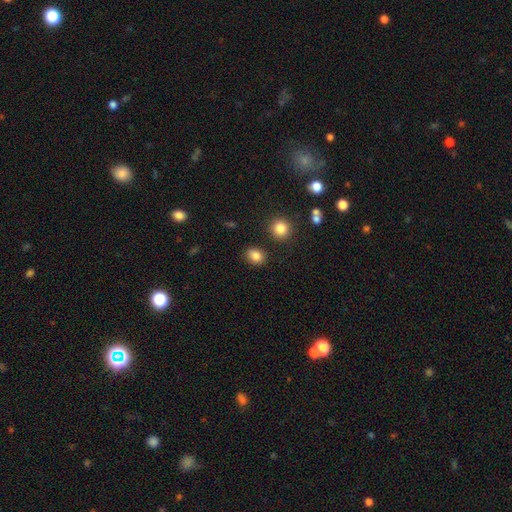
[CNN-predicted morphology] type=smooth (84%); roundness=in between (52%); merging=none (85%).